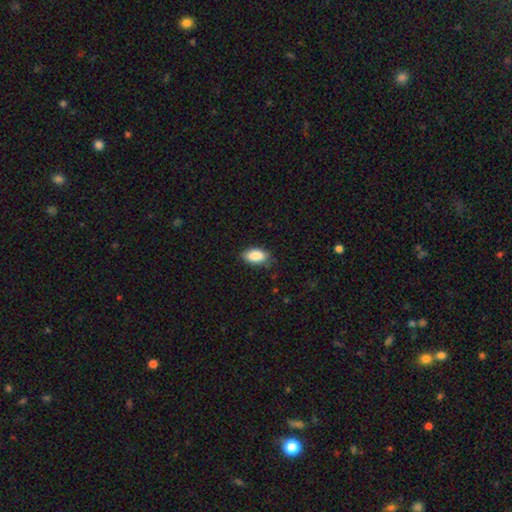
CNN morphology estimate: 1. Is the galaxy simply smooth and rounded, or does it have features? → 89% smooth, 7% star or artifact, 4% featured or disk.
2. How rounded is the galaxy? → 93% in between, 4% round, 3% cigar-shaped.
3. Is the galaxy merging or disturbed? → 78% none, 18% minor disturbance, 3% major disturbance, 1% merger.